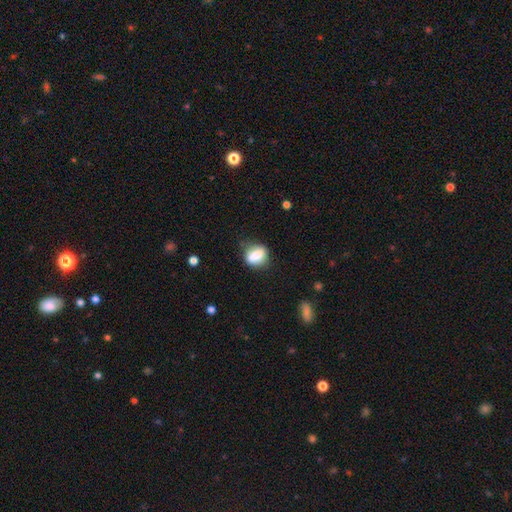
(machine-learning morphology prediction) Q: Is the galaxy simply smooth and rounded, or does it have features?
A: smooth — 77%.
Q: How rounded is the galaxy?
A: in between — 55%.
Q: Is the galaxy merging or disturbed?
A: none — 74%.